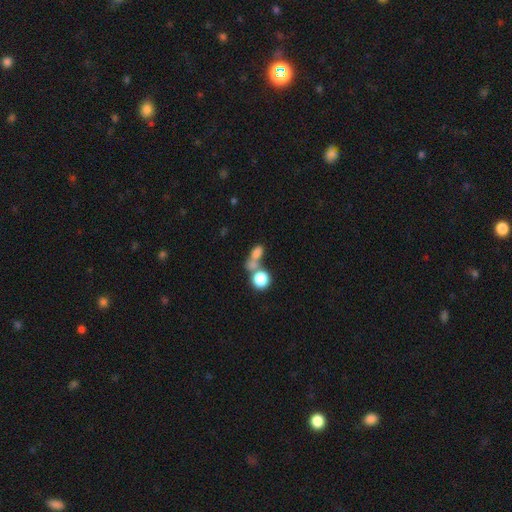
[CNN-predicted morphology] A smooth galaxy with no disk features (74%) that is in between round and cigar-shaped (56%).

Vote fractions:
- Smooth or featured? smooth: 74% / featured or disk: 13% / star or artifact: 13%
- How rounded? in between: 56% / round: 37% / cigar-shaped: 7%
- Merging? merger: 53% / none: 30% / minor disturbance: 9% / major disturbance: 8%